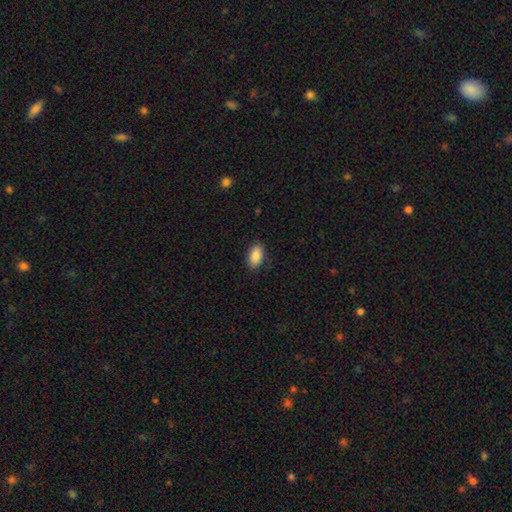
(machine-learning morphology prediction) This is clearly a smooth galaxy (89%). How rounded: clearly in between (93%). Merging: clearly none (87%).